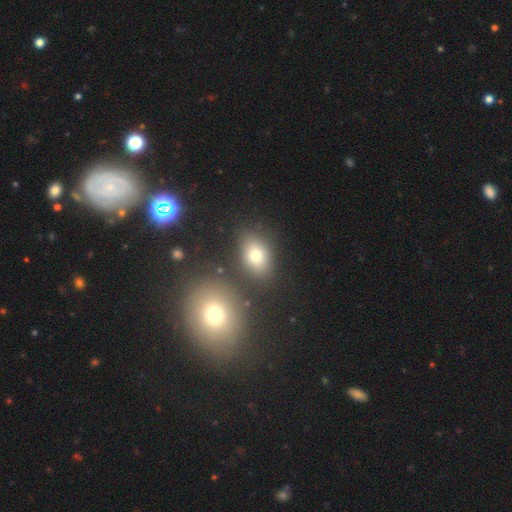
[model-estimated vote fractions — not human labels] Morphology: type=smooth (75%); roundness=in between (66%); merging=none (78%).